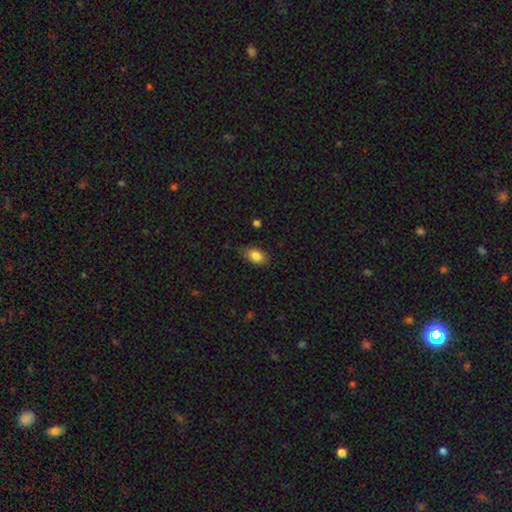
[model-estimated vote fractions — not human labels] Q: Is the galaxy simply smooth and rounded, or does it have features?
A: smooth — 84%.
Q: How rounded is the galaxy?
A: in between — 87%.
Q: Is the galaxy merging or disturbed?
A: none — 77%.